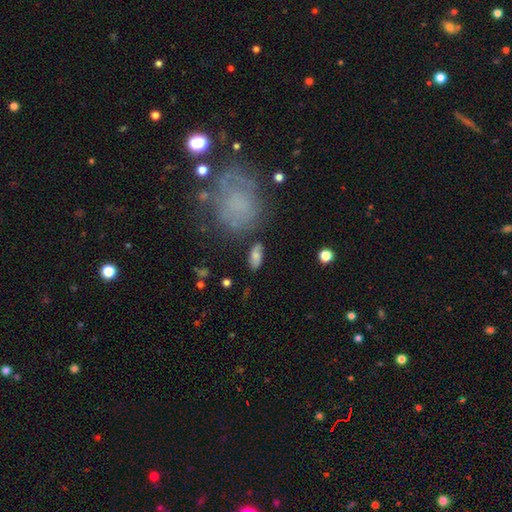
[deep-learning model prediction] Smooth or featured: smooth — 71% (featured or disk — 20%)
How rounded: in between — 87% (cigar-shaped — 8%)
Merging: none — 77% (minor disturbance — 15%)